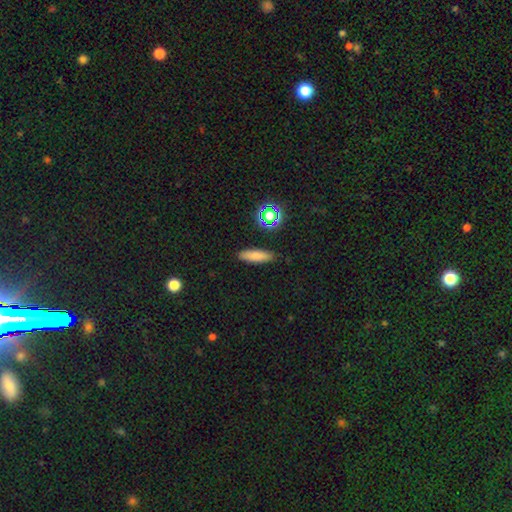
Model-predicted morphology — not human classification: Smooth or featured? Predicted: smooth (p=0.78). How rounded? Predicted: cigar-shaped (p=0.57). Merging? Predicted: none (p=0.88).